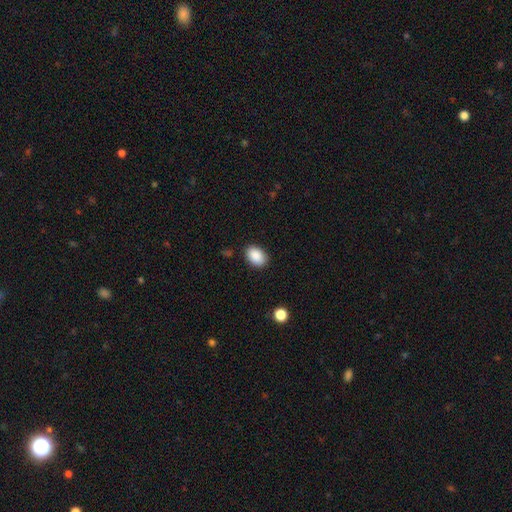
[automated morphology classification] A smooth galaxy with no disk features (89%) that is in between round and cigar-shaped (81%). Merging: none (86%).